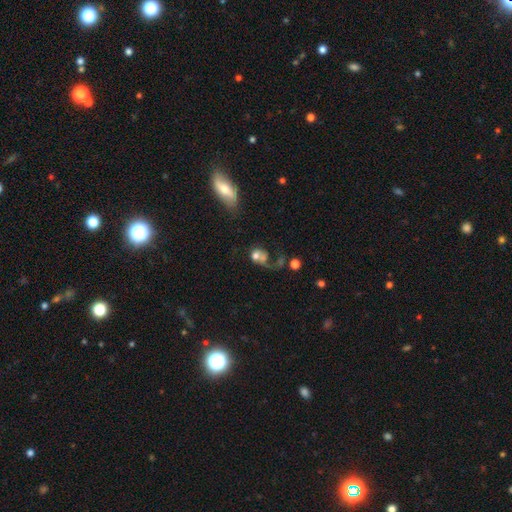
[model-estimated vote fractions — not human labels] Smooth or featured? Predicted: smooth (p=0.56). How rounded? Predicted: round (p=0.58). Merging? Predicted: major disturbance (p=0.34).